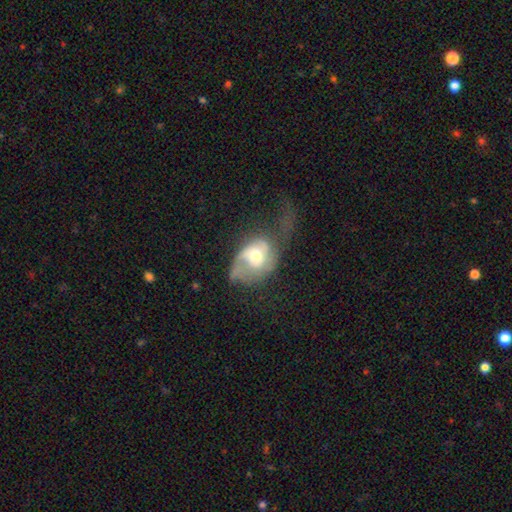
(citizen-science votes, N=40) Volunteers were most divided on "spiral arm count": 1: 44%, 2: 28%, can't tell: 28%, 3: 0%, 4: 0%, more than 4: 0%. More confident: edge-on disk — no (100%); bar — no (79%); spiral arms — yes (75%); bulge size — moderate (67%); merging — major disturbance (62%); spiral winding — loose (61%); smooth or featured — featured or disk (60%).